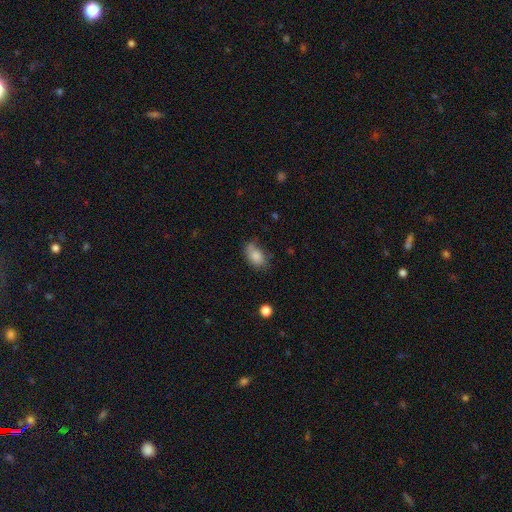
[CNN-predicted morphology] Smooth or featured: smooth — 83% (featured or disk — 9%)
How rounded: in between — 88% (round — 10%)
Merging: none — 56% (minor disturbance — 31%)